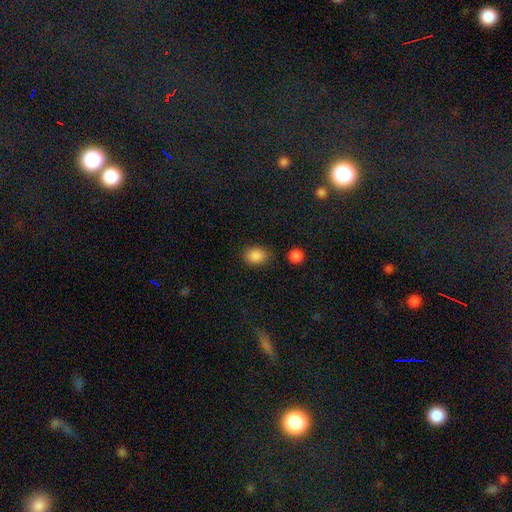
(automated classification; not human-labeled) A smooth galaxy with no disk features (87%) that is in between round and cigar-shaped (59%).

Vote fractions:
- Smooth or featured? smooth: 87% / star or artifact: 9% / featured or disk: 3%
- How rounded? in between: 59% / round: 40% / cigar-shaped: 1%
- Merging? none: 79% / minor disturbance: 13% / major disturbance: 4% / merger: 4%